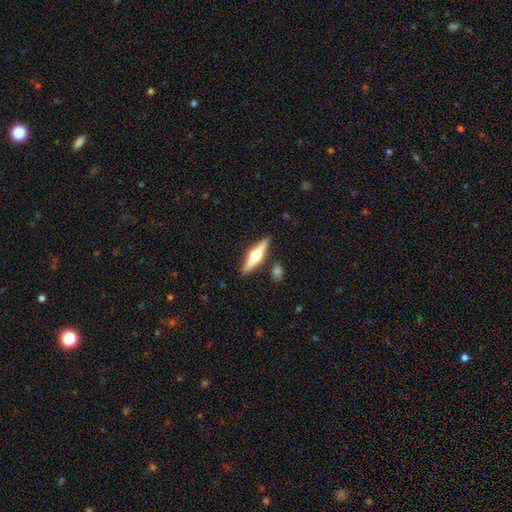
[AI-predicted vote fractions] smooth_or_featured: featured or disk (p=0.70) [alt: smooth p=0.25]
disk_edge_on: yes (p=0.97) [alt: no p=0.03]
edge_on_bulge: rounded (p=0.95) [alt: boxy p=0.04]
merging: none (p=0.86) [alt: minor disturbance p=0.08]